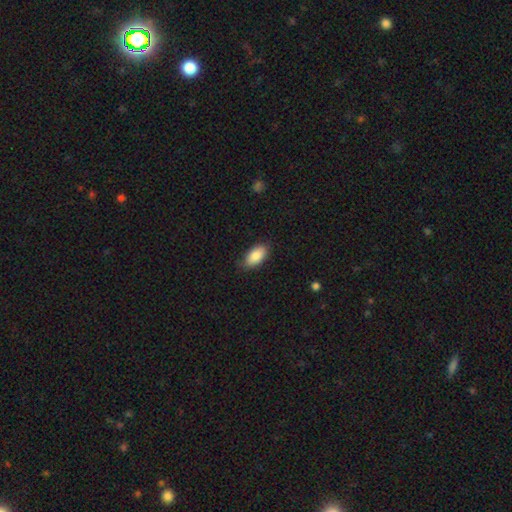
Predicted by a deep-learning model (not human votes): A smooth galaxy with no disk features (87%) that is in between round and cigar-shaped (93%). Merging: none (83%).